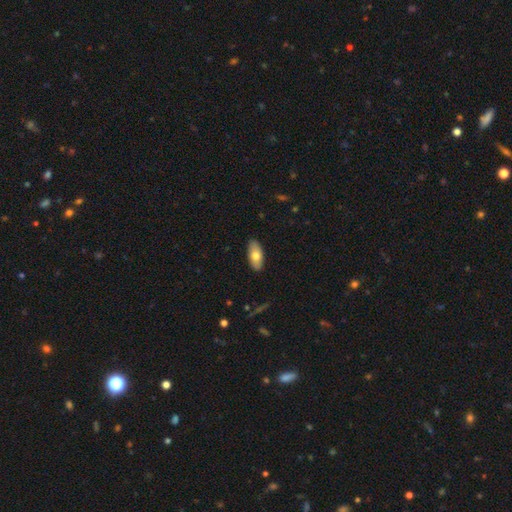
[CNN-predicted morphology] smooth_or_featured: smooth (p=0.72) [alt: featured or disk p=0.23]
how_rounded: in between (p=0.87) [alt: cigar-shaped p=0.10]
merging: none (p=0.89) [alt: minor disturbance p=0.09]